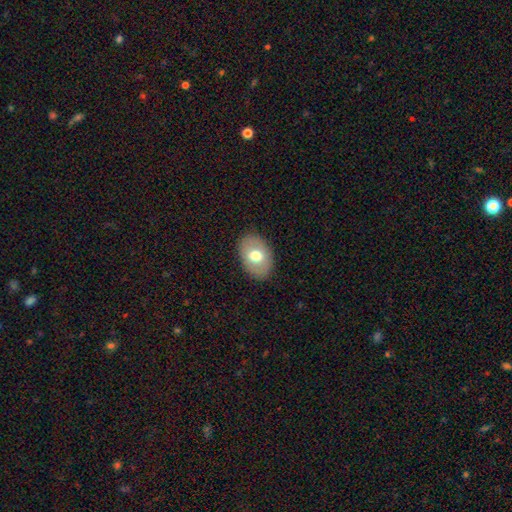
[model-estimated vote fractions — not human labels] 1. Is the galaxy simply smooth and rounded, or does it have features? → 67% smooth, 25% featured or disk, 7% star or artifact.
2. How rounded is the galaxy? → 83% in between, 16% round, 1% cigar-shaped.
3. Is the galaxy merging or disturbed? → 86% none, 10% minor disturbance, 3% major disturbance, 1% merger.